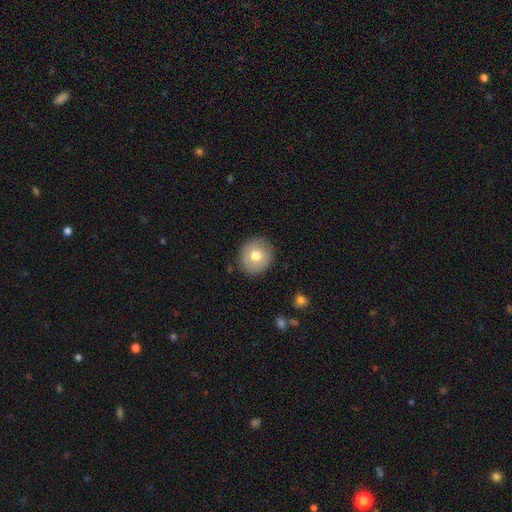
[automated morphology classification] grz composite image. It shows a smooth galaxy with no disk features (74%) that is round (88%). Merging: none (88%).